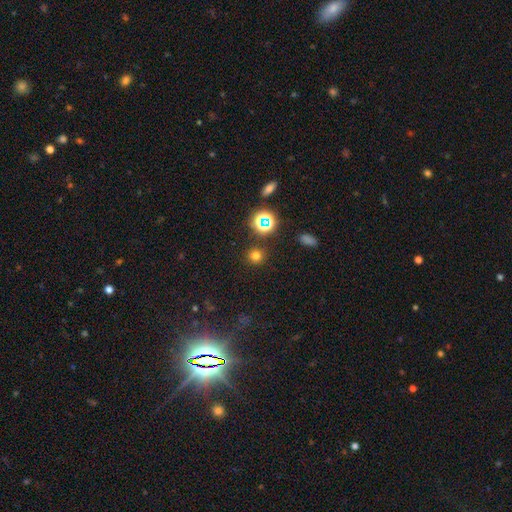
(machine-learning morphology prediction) Q: Smooth or featured?
A: smooth (69%); runner-up: star or artifact (24%)
Q: How rounded?
A: round (90%); runner-up: in between (9%)
Q: Merging?
A: none (88%); runner-up: minor disturbance (7%)